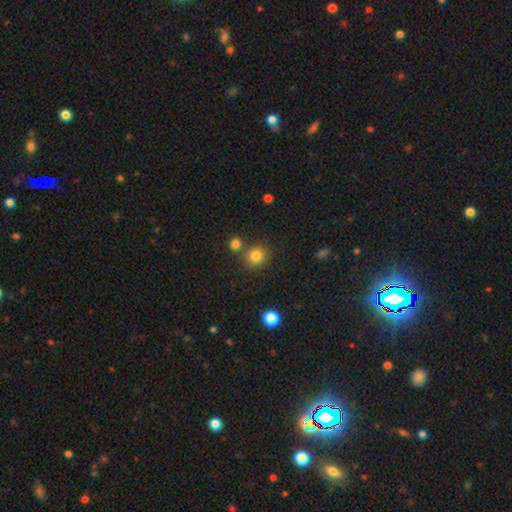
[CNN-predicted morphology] A smooth galaxy with no disk features (82%) that is round (89%). Merging: none (75%).